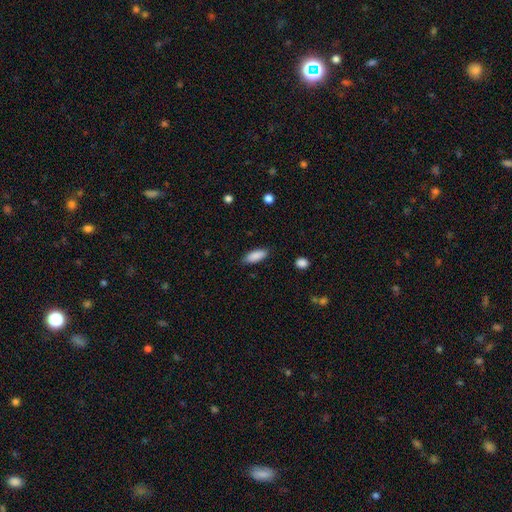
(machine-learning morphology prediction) Smooth or featured? smooth (89%)
How rounded? in between (76%)
Merging? none (86%)